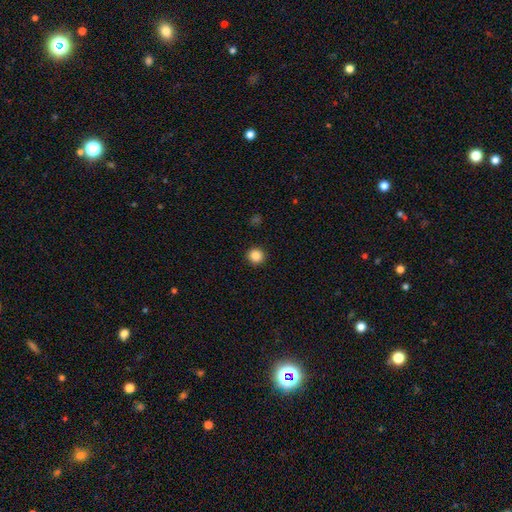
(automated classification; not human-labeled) smooth-or-featured: smooth: 87% | star or artifact: 10% | featured or disk: 3%
  how-rounded: round: 93% | in between: 6% | cigar-shaped: 1%
  merging: none: 92% | minor disturbance: 5% | major disturbance: 2% | merger: 1%